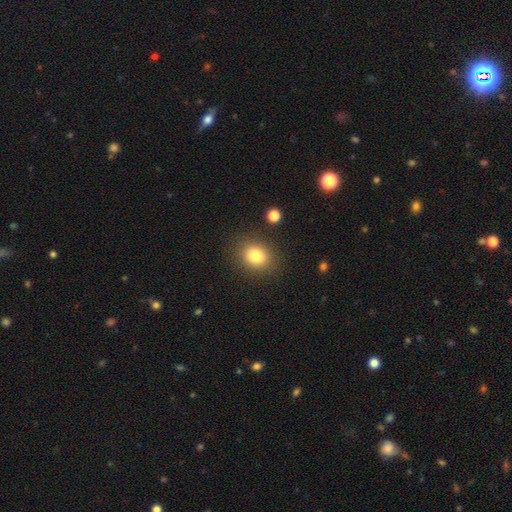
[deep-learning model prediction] This appears to be a smooth galaxy with no disk features (82%) that is round (58%). Merging: none (85%).